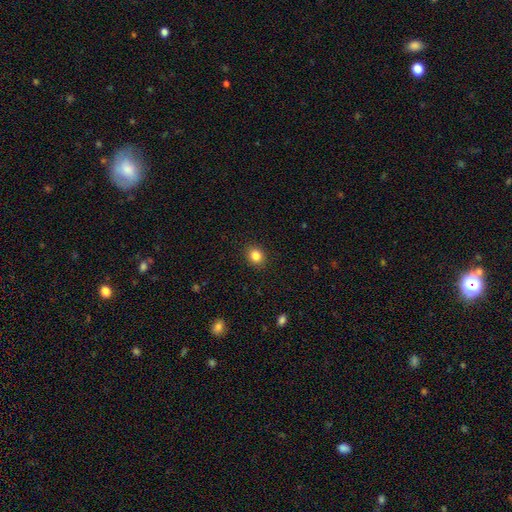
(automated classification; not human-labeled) Smooth or featured? smooth (85%)
How rounded? round (69%)
Merging? none (90%)